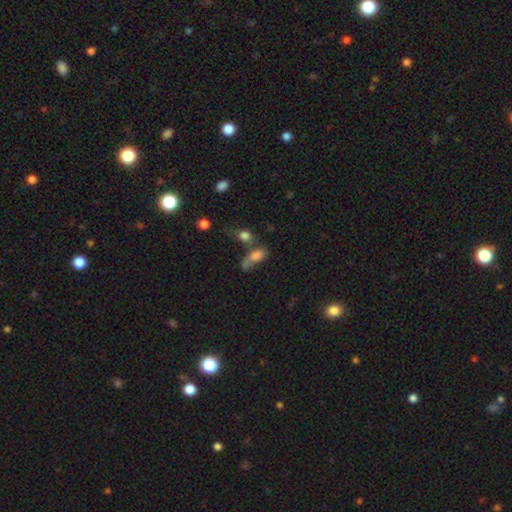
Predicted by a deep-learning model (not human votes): smooth-or-featured: smooth: 71% | featured or disk: 16% | star or artifact: 13%
  how-rounded: in between: 77% | round: 12% | cigar-shaped: 10%
  merging: merger: 39% | none: 25% | major disturbance: 20% | minor disturbance: 15%